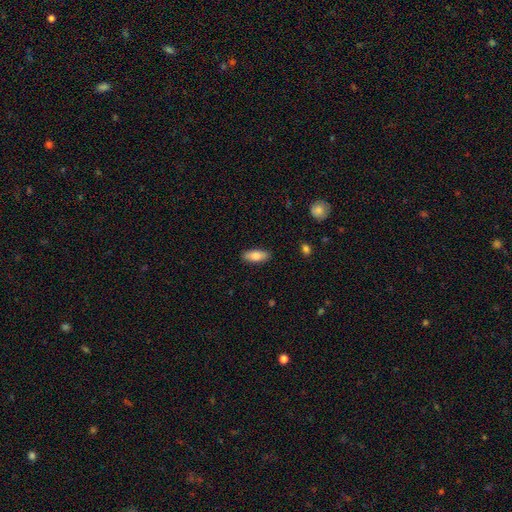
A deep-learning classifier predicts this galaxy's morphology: Smooth or featured: smooth — 81% (featured or disk — 12%)
How rounded: in between — 75% (cigar-shaped — 22%)
Merging: none — 88% (minor disturbance — 9%)